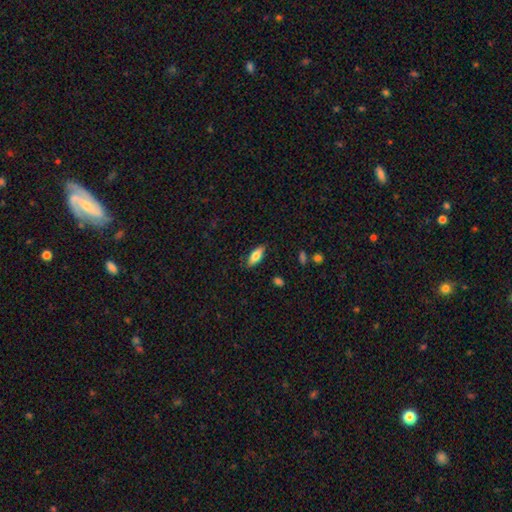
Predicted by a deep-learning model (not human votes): Morphology: type=smooth (76%); roundness=in between (72%); merging=none (86%).